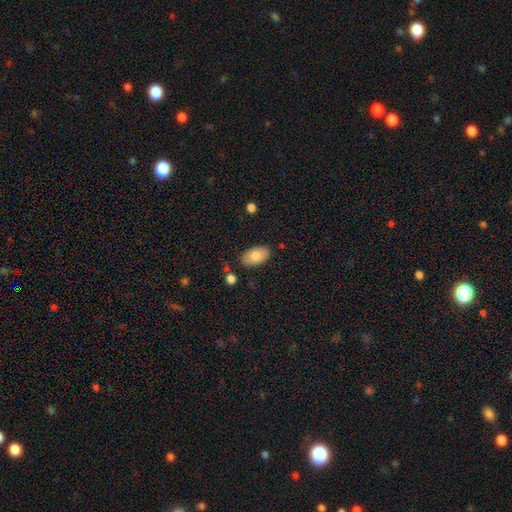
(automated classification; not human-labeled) This is likely a smooth galaxy (79%). How rounded: clearly in between (95%). Merging: clearly none (83%).